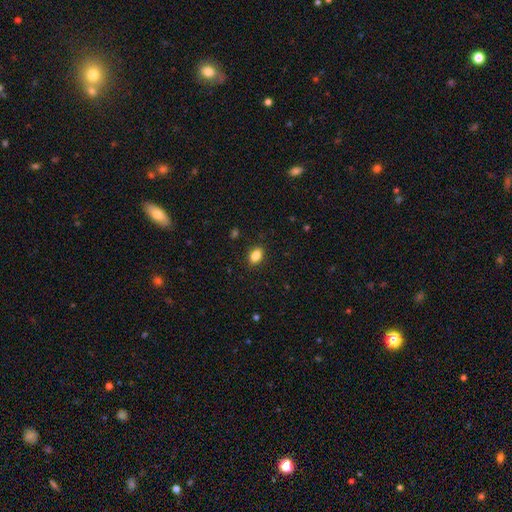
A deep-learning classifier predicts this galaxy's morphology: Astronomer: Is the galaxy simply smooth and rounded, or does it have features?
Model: smooth — 86%.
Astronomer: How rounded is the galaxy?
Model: in between — 83%.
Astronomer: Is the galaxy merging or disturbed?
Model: none — 89%.